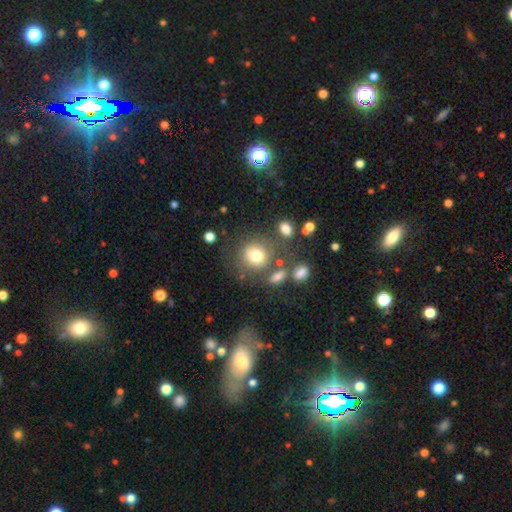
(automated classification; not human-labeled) This is likely a smooth galaxy (77%). How rounded: likely round (77%). Merging: likely none (65%).